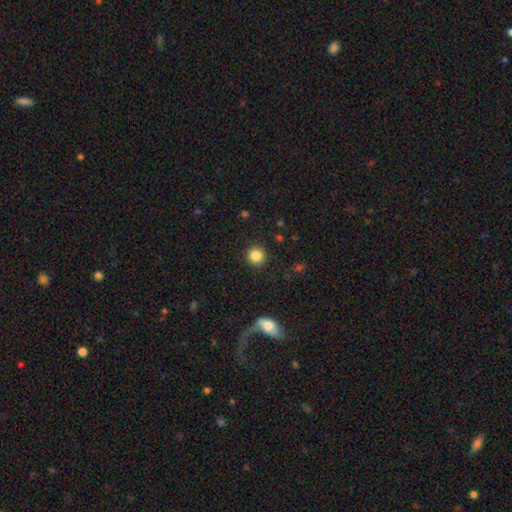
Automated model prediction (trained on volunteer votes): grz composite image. It shows a smooth galaxy with no disk features (85%) that is round (94%). Merging: none (92%).